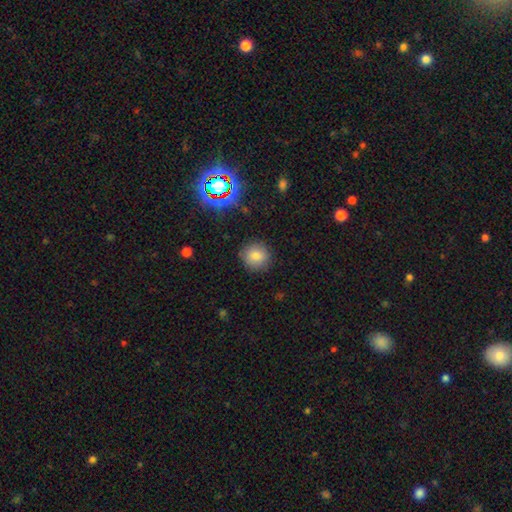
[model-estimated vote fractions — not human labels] Overall: smooth (80%). How rounded: round (91%). Merging: none (87%).